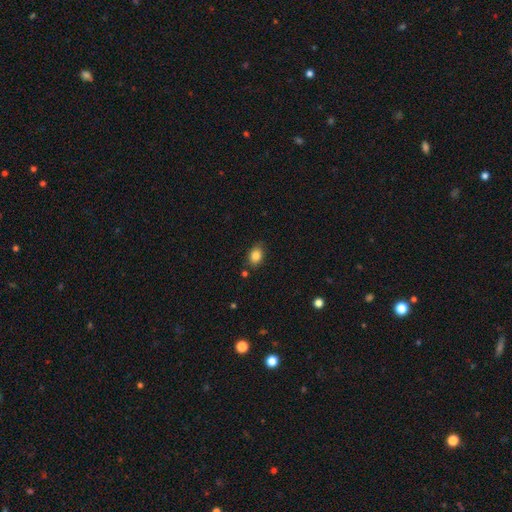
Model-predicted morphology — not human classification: A smooth galaxy with no disk features (85%) that is in between round and cigar-shaped (71%). Merging: none (80%).